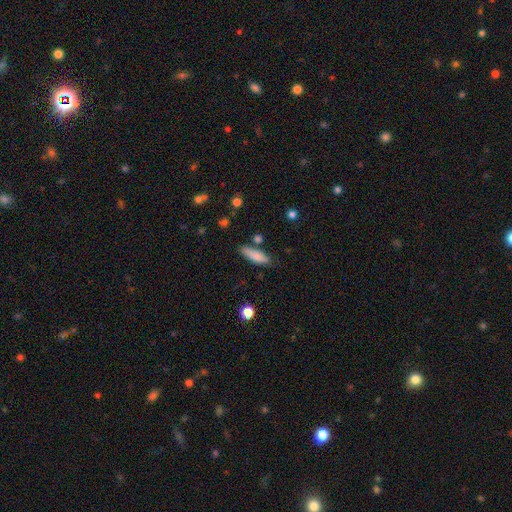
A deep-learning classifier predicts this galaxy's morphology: smooth 84%, featured or disk 9%, star or artifact 7%. Down the decision tree: how rounded — cigar-shaped (57%); merging — none (75%).